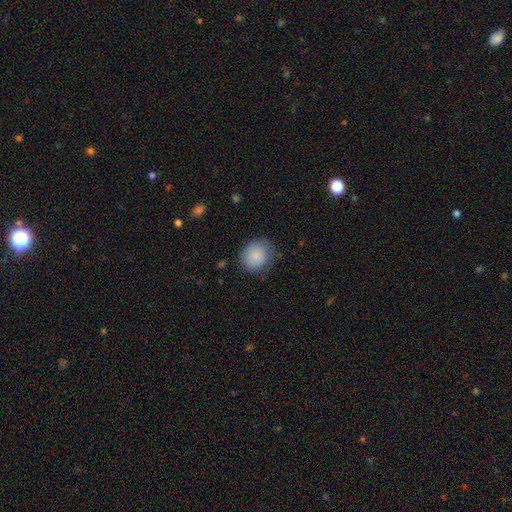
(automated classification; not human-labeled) This is clearly a smooth galaxy (85%). How rounded: likely round (78%). Merging: likely none (72%).